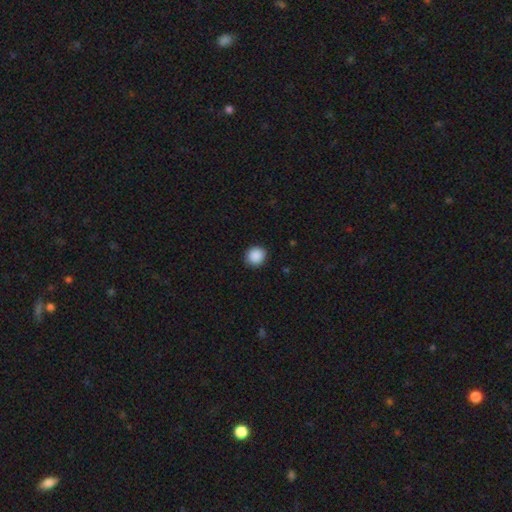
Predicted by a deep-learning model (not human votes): Smooth or featured: smooth — 90% (star or artifact — 8%)
How rounded: round — 89% (in between — 10%)
Merging: none — 91% (minor disturbance — 6%)